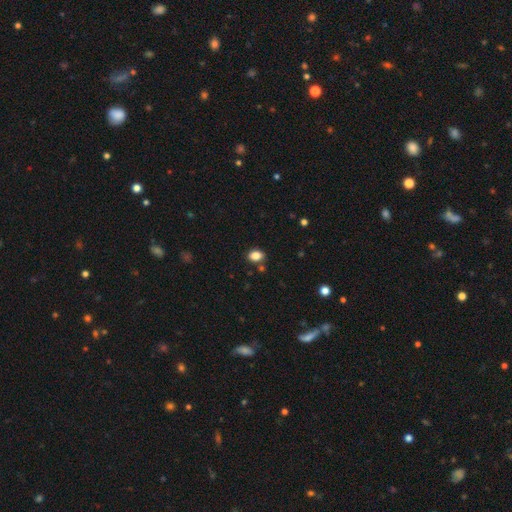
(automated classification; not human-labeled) A smooth galaxy with no disk features (86%) that is in between round and cigar-shaped (72%).

Vote fractions:
- Smooth or featured? smooth: 86% / star or artifact: 10% / featured or disk: 4%
- How rounded? in between: 72% / round: 27% / cigar-shaped: 1%
- Merging? none: 82% / minor disturbance: 10% / merger: 5% / major disturbance: 3%